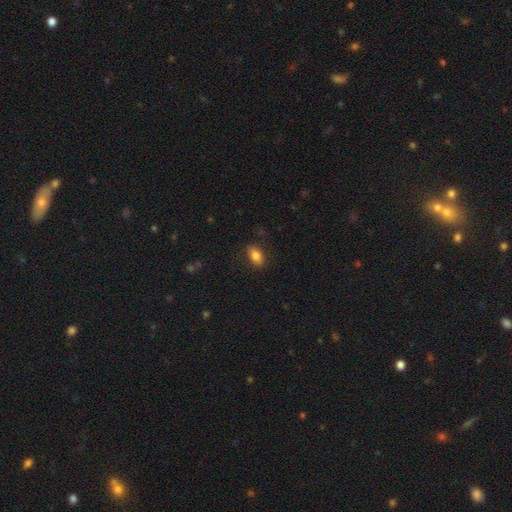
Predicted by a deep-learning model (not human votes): smooth 83%, star or artifact 8%, featured or disk 8%. Down the decision tree: how rounded — in between (88%); merging — none (83%).